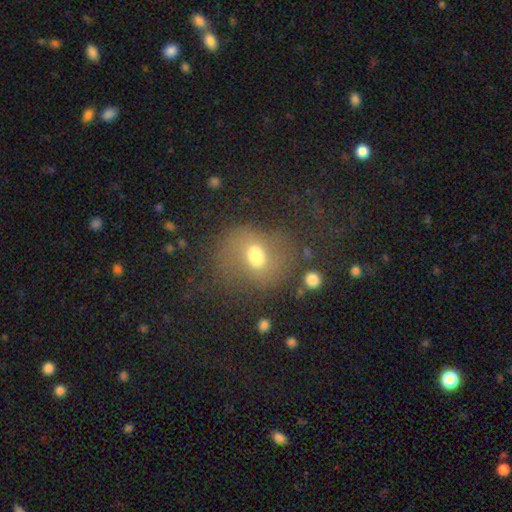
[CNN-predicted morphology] Smooth or featured? smooth (59%)
How rounded? in between (56%)
Merging? none (57%)